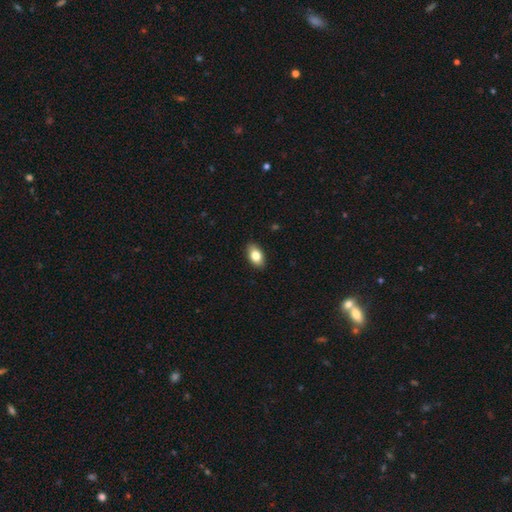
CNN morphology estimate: Overall: smooth (81%). How rounded: in between (90%). Merging: none (89%).